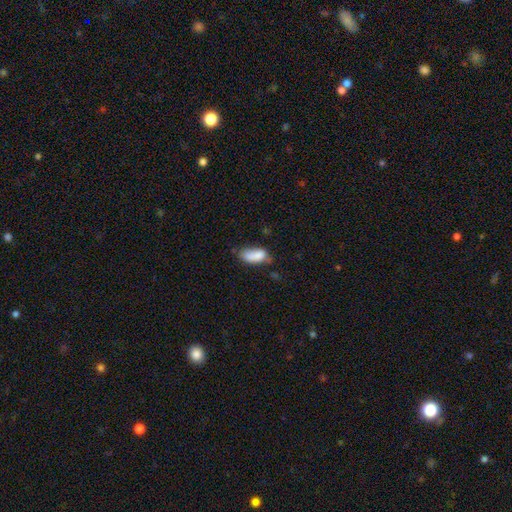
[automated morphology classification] Smooth or featured: smooth — 82% (featured or disk — 10%)
How rounded: in between — 86% (cigar-shaped — 11%)
Merging: none — 41% (minor disturbance — 35%)